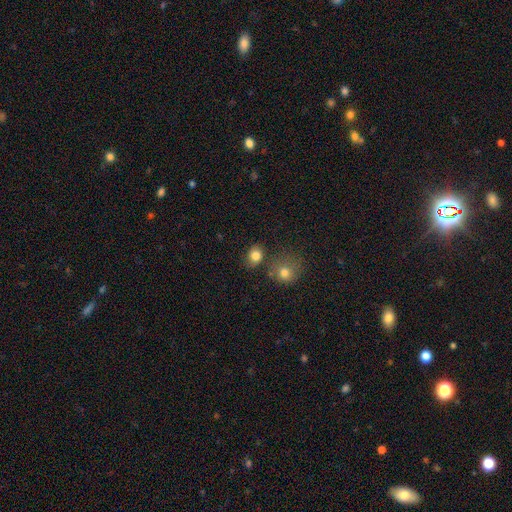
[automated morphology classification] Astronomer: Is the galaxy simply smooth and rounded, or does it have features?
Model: smooth — 82%.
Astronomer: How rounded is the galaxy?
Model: round — 56% (runner-up: in between, 43%).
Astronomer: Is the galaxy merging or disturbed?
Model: none — 70%.